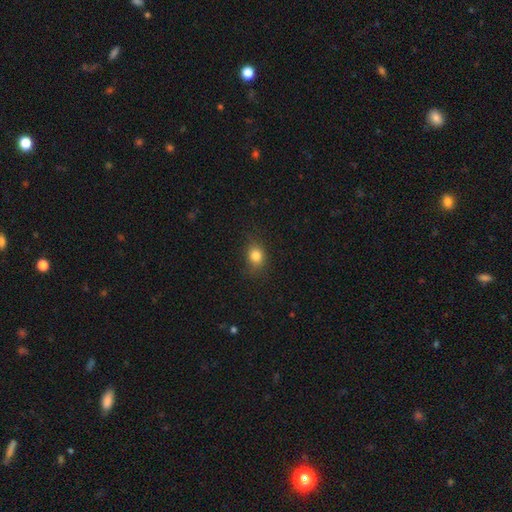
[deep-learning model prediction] Smooth or featured? Predicted: smooth (p=0.82). How rounded? Predicted: round (p=0.53). Merging? Predicted: none (p=0.78).